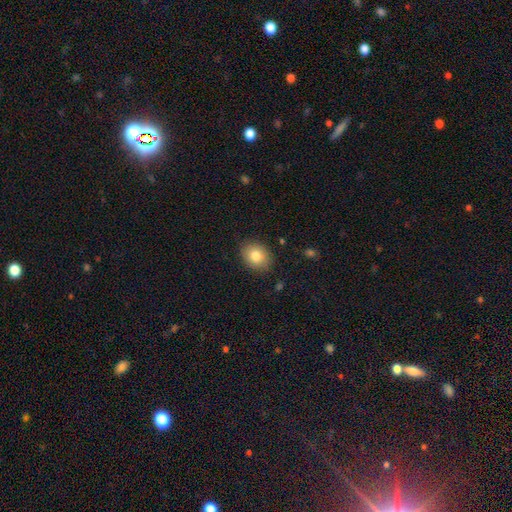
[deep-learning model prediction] Smooth or featured: smooth — 82% (featured or disk — 10%)
How rounded: in between — 56% (round — 43%)
Merging: none — 86% (minor disturbance — 11%)